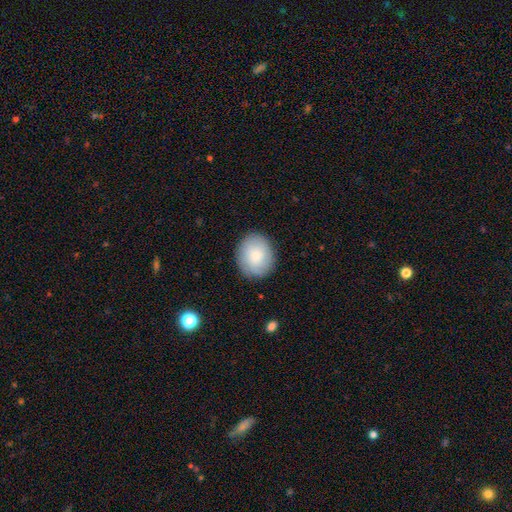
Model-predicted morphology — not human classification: This is likely a smooth galaxy (74%). How rounded: likely round (74%). Merging: clearly none (85%).